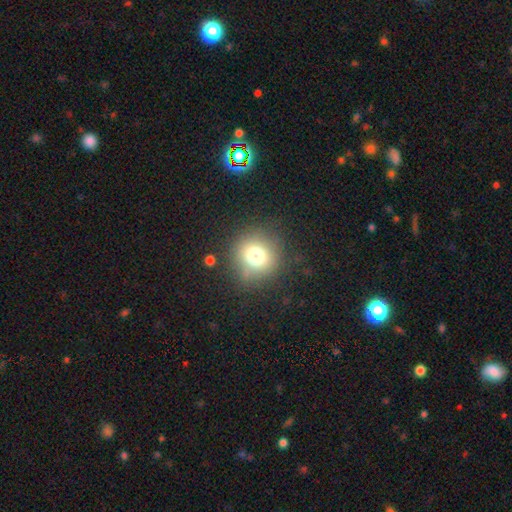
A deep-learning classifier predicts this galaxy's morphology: smooth 73%, star or artifact 16%, featured or disk 11%. Down the decision tree: how rounded — round (92%); merging — none (82%).